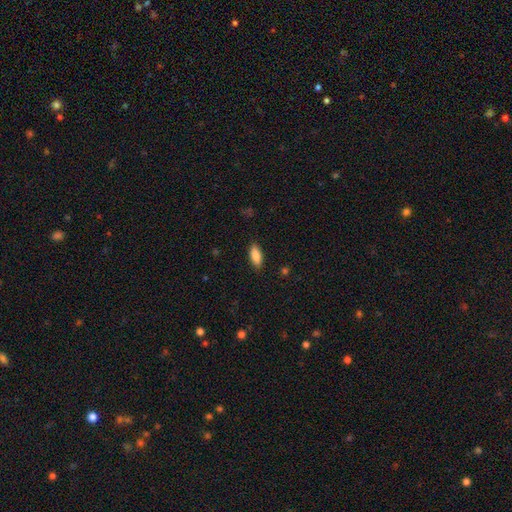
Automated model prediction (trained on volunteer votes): Smooth or featured?
  - smooth: 86% *
  - featured or disk: 7%
  - star or artifact: 7%
How rounded?
  - in between: 80% *
  - cigar-shaped: 18%
  - round: 2%
Merging?
  - none: 88% *
  - minor disturbance: 9%
  - major disturbance: 2%
  - merger: 1%